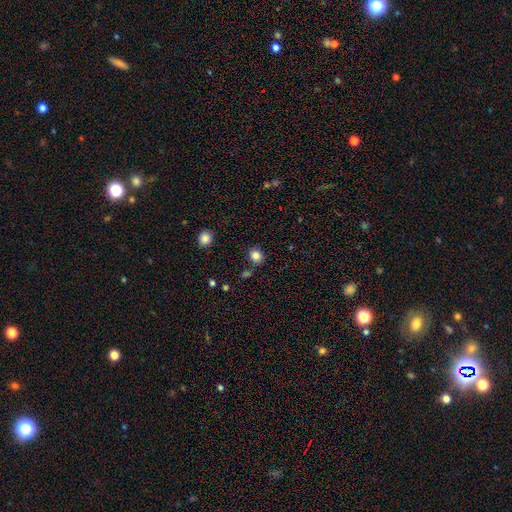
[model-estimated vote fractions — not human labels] Smooth or featured? smooth (83%)
How rounded? round (71%)
Merging? none (82%)